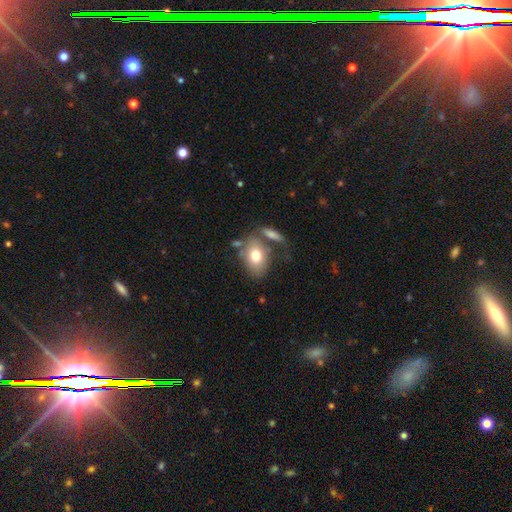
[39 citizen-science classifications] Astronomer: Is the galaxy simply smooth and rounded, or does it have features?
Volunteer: smooth — 74%.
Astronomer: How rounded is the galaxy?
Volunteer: in between — 86%.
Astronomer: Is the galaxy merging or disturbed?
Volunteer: merger — 44% (runner-up: none, 33%).